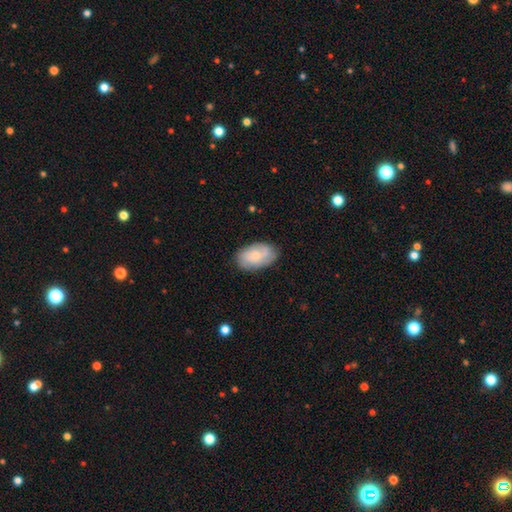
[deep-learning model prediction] Smooth or featured? smooth (50%)
Merging? none (76%)